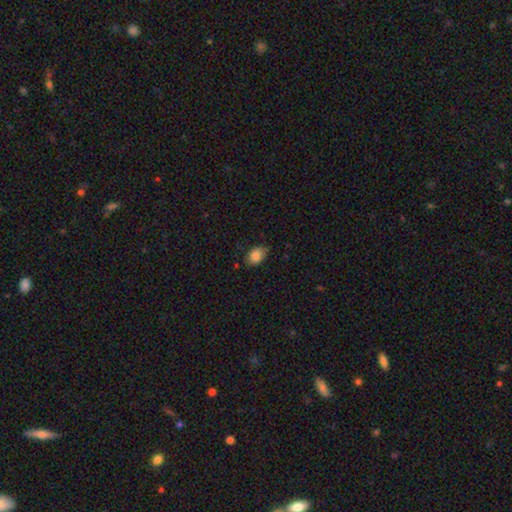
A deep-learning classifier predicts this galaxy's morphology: Smooth or featured?
  - smooth: 86% *
  - star or artifact: 9%
  - featured or disk: 6%
How rounded?
  - in between: 77% *
  - round: 22%
  - cigar-shaped: 1%
Merging?
  - none: 67% *
  - minor disturbance: 27%
  - major disturbance: 5%
  - merger: 2%